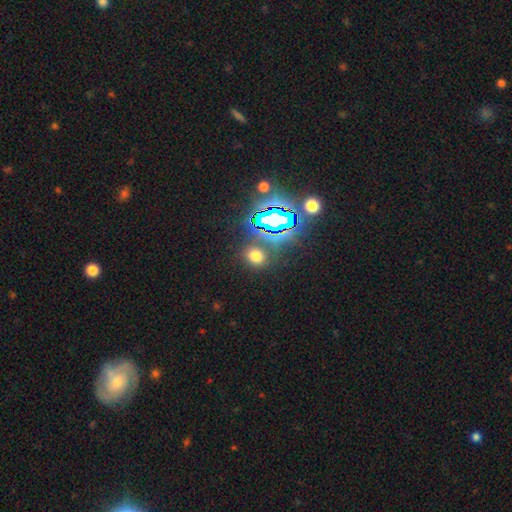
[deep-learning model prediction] A smooth galaxy with no disk features (61%) that is round (62%). Merging: none (82%).